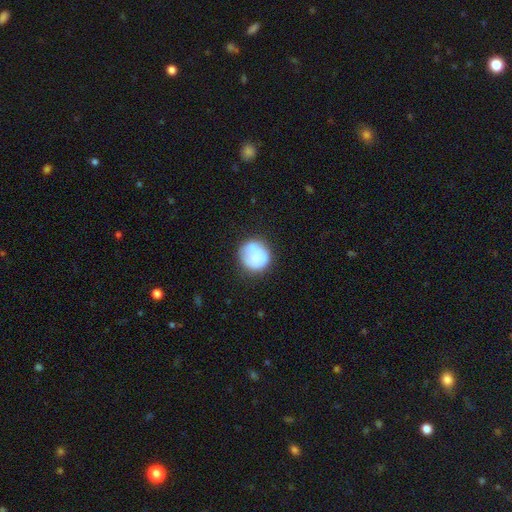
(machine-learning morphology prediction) Smooth or featured: smooth — 61% (featured or disk — 31%)
How rounded: round — 86% (in between — 13%)
Merging: none — 62% (minor disturbance — 22%)